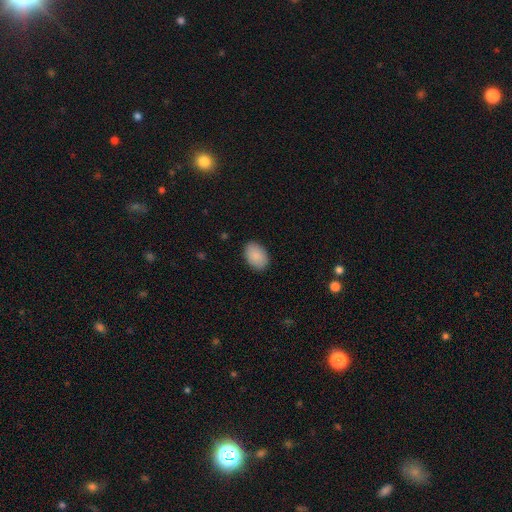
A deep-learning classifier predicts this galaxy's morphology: Smooth or featured?
  - smooth: 90% *
  - star or artifact: 6%
  - featured or disk: 4%
How rounded?
  - in between: 86% *
  - round: 13%
  - cigar-shaped: 1%
Merging?
  - none: 88% *
  - minor disturbance: 9%
  - major disturbance: 2%
  - merger: 1%